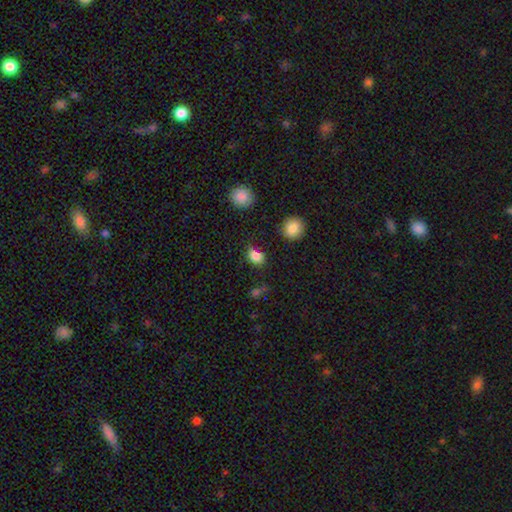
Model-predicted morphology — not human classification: smooth 83%, star or artifact 12%, featured or disk 5%. Down the decision tree: how rounded — in between (61%); merging — none (67%).